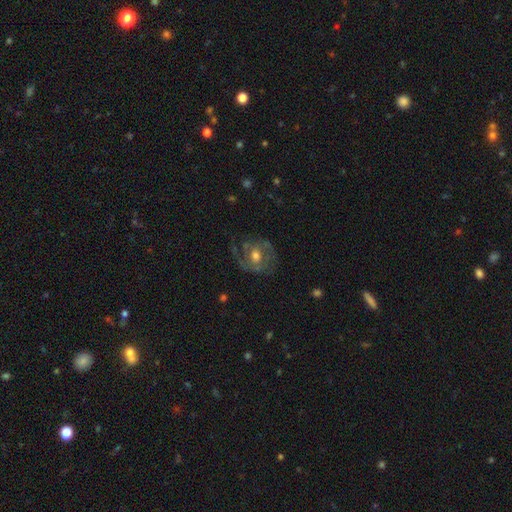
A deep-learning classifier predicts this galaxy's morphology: Smooth or featured: featured or disk — 67% (smooth — 26%)
Edge-on disk: no — 97% (yes — 3%)
Bar: no — 64% (weak — 29%)
Spiral arms: yes — 67% (no — 33%)
Bulge size: moderate — 72% (small — 15%)
Merging: none — 61% (minor disturbance — 20%)